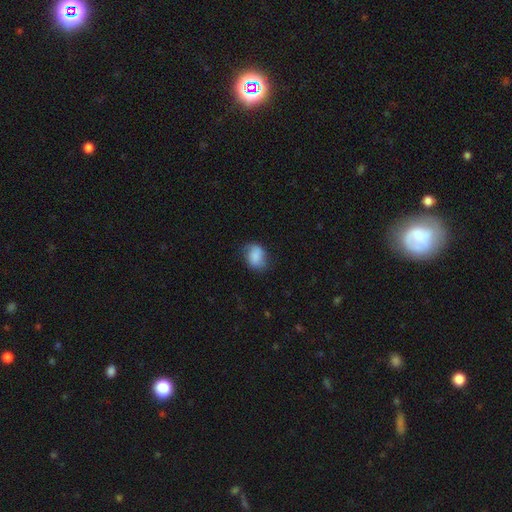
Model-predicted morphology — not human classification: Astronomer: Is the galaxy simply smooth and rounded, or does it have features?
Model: smooth — 78%.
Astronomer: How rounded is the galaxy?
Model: in between — 64%.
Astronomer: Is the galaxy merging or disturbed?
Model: none — 62%.